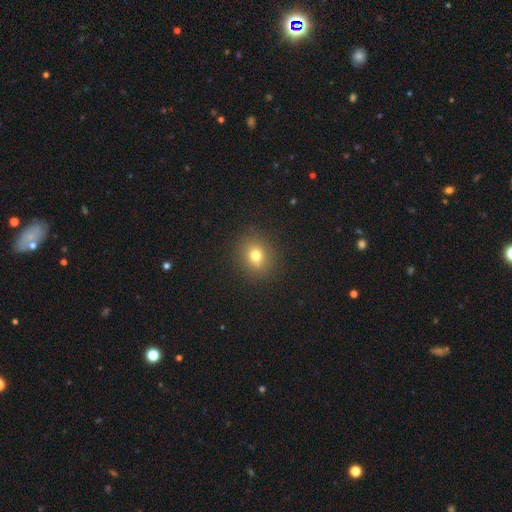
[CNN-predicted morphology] Smooth or featured?
  - smooth: 75% *
  - star or artifact: 15%
  - featured or disk: 10%
How rounded?
  - round: 75% *
  - in between: 24%
  - cigar-shaped: 1%
Merging?
  - none: 88% *
  - minor disturbance: 8%
  - major disturbance: 3%
  - merger: 1%